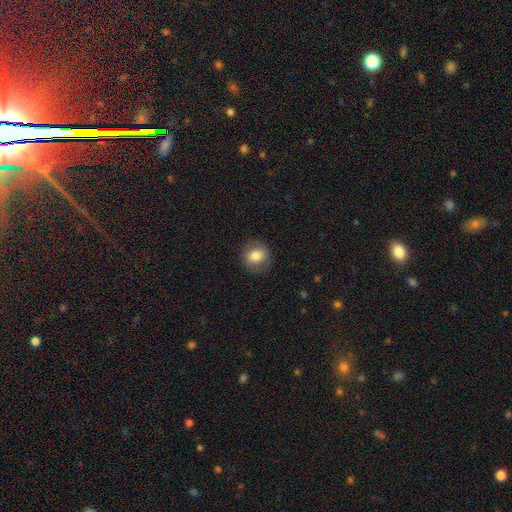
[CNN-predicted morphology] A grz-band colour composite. It shows a smooth galaxy with no disk features (72%) that is round (76%). Merging: none (82%).